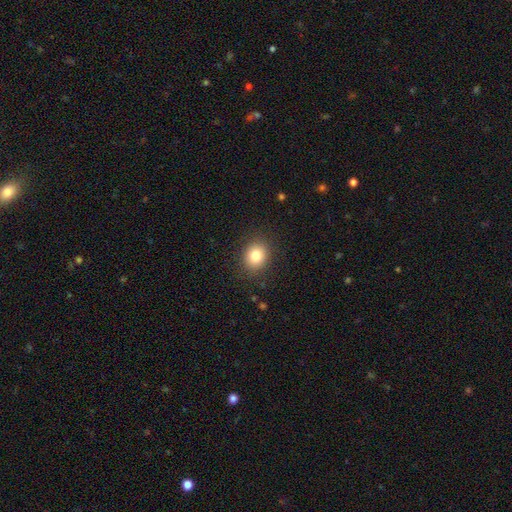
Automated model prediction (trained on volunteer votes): Smooth or featured?
  - smooth: 82% *
  - star or artifact: 10%
  - featured or disk: 7%
How rounded?
  - round: 59% *
  - in between: 40%
  - cigar-shaped: 1%
Merging?
  - none: 88% *
  - minor disturbance: 8%
  - major disturbance: 3%
  - merger: 1%